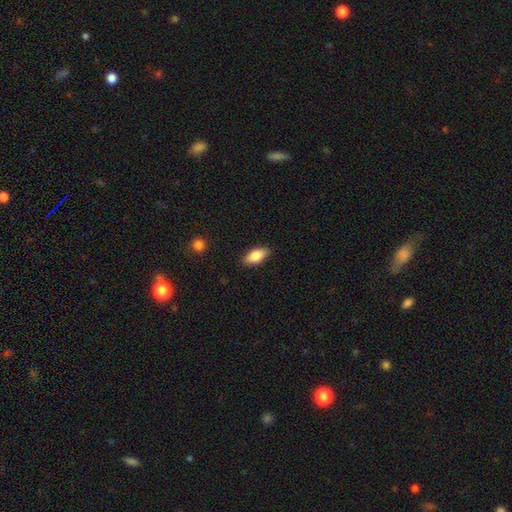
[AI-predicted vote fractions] smooth_or_featured: smooth (p=0.84) [alt: featured or disk p=0.10]
how_rounded: in between (p=0.90) [alt: cigar-shaped p=0.07]
merging: none (p=0.88) [alt: minor disturbance p=0.09]